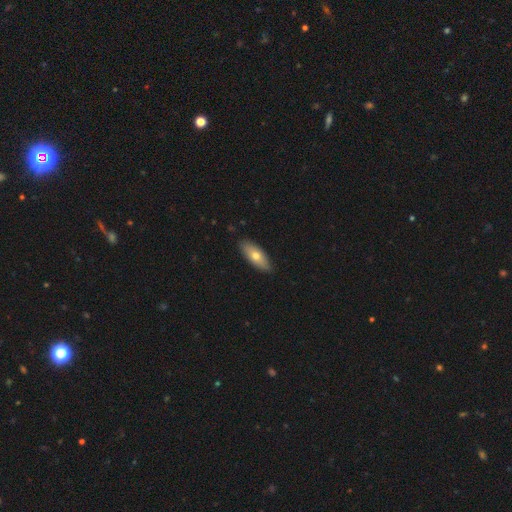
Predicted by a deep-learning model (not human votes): Smooth or featured: smooth — 68% (featured or disk — 27%)
How rounded: in between — 76% (cigar-shaped — 21%)
Merging: none — 86% (minor disturbance — 11%)